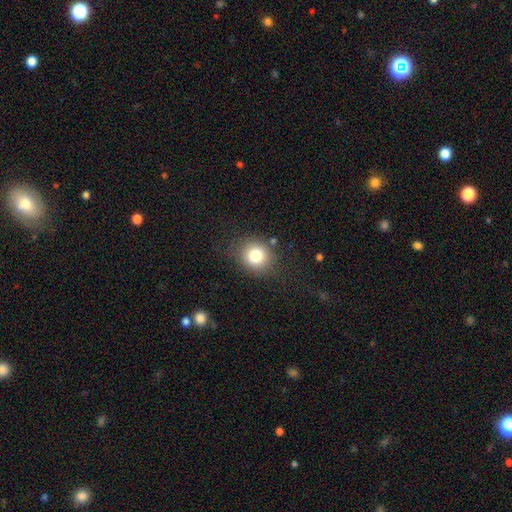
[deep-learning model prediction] The model was most divided on "how rounded": round: 81%, in between: 18%, cigar-shaped: 1%. More confident: merging — none (82%); smooth or featured — smooth (80%).